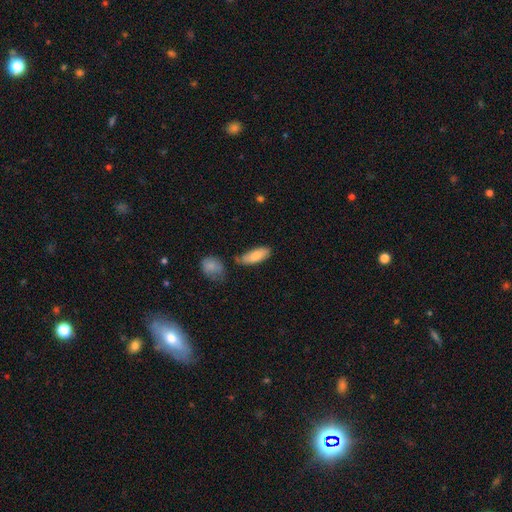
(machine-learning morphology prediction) smooth-or-featured: smooth: 81% | featured or disk: 13% | star or artifact: 6%
  how-rounded: in between: 75% | cigar-shaped: 23% | round: 2%
  merging: none: 62% | minor disturbance: 23% | merger: 10% | major disturbance: 6%